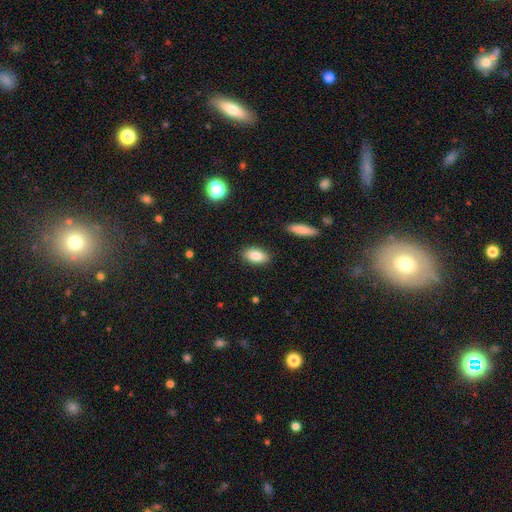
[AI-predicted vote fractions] Smooth or featured? smooth (84%)
How rounded? in between (90%)
Merging? none (87%)